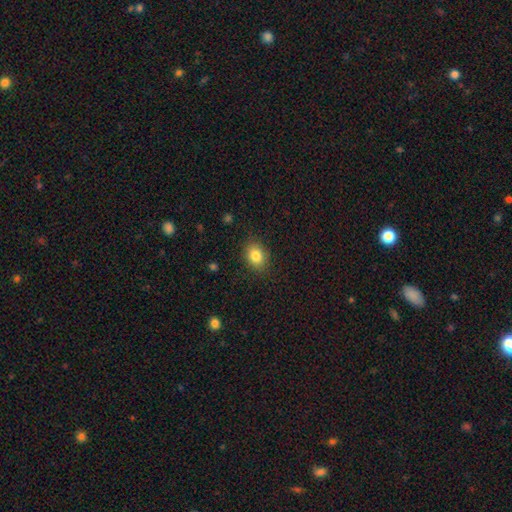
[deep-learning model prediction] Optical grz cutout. It shows a smooth galaxy with no disk features (83%) that is in between round and cigar-shaped (56%). Merging: none (86%).